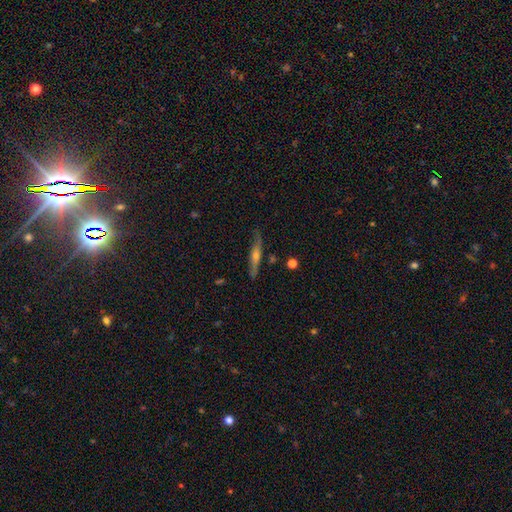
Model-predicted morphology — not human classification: Smooth or featured? Predicted: featured or disk (p=0.64). Edge-on disk? Predicted: yes (p=0.92). Edge-on bulge? Predicted: rounded (p=0.77). Merging? Predicted: none (p=0.82).